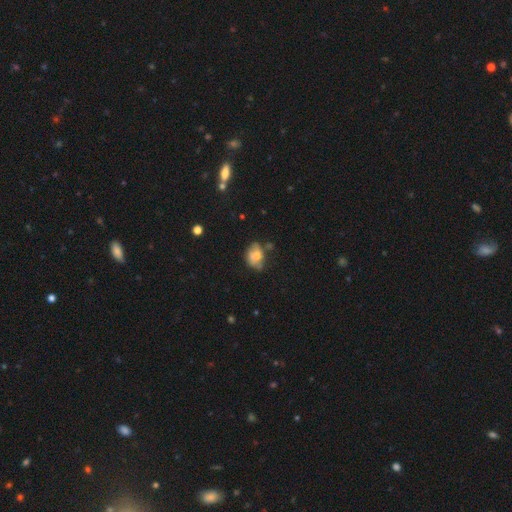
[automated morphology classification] Smooth or featured? smooth (58%)
How rounded? in between (69%)
Merging? none (39%)